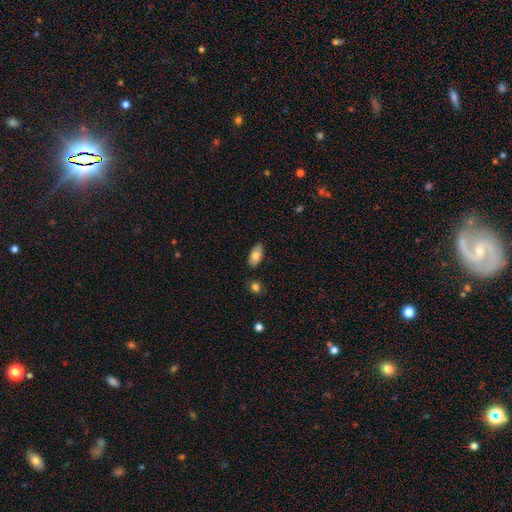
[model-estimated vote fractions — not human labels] A smooth galaxy with no disk features (76%) that is in between round and cigar-shaped (92%). Merging: none (81%).